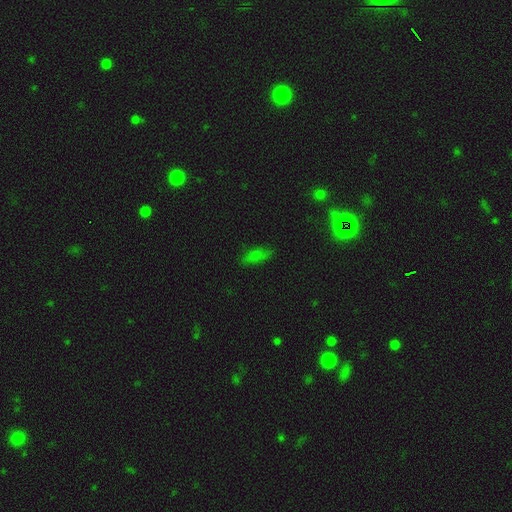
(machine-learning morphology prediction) Smooth or featured: smooth — 75% (star or artifact — 15%)
How rounded: in between — 75% (cigar-shaped — 21%)
Merging: none — 78% (minor disturbance — 16%)